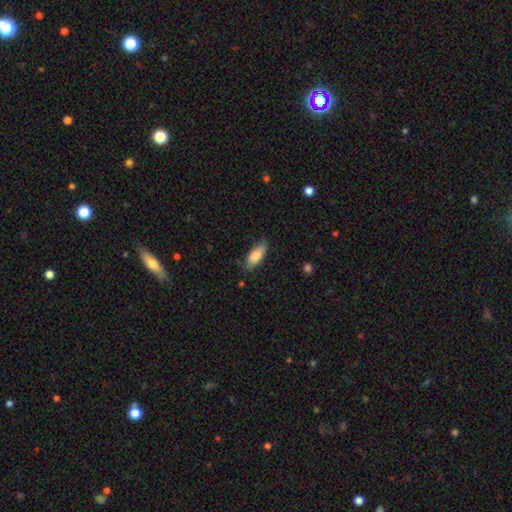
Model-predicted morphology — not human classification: smooth 82%, featured or disk 12%, star or artifact 6%. Down the decision tree: how rounded — in between (80%); merging — none (69%).